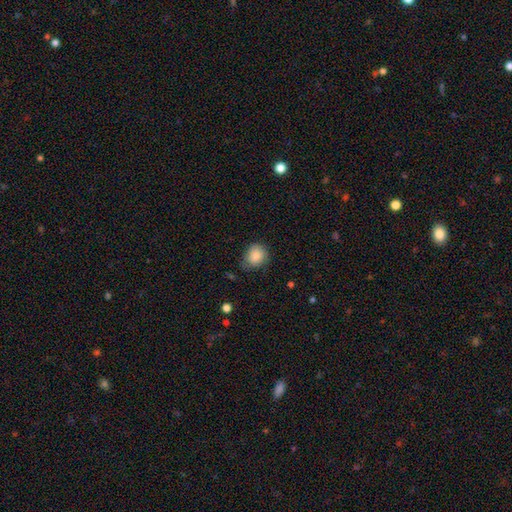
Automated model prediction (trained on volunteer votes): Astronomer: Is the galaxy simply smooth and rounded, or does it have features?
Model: smooth — 86%.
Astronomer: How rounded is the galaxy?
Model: round — 73%.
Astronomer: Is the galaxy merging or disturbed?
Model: none — 69%.